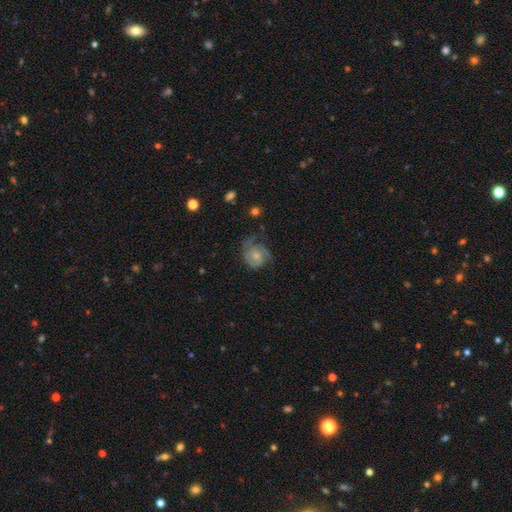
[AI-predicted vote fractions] Overall: featured or disk (67%). Edge-on disk: no (98%). Bar: no (75%). Spiral arms: yes (90%). Spiral arm count: 2 (46%; can't tell 20%). Spiral winding: tight (43%; medium 40%). Bulge size: small (50%; moderate 41%). Merging: none (50%; minor disturbance 27%).